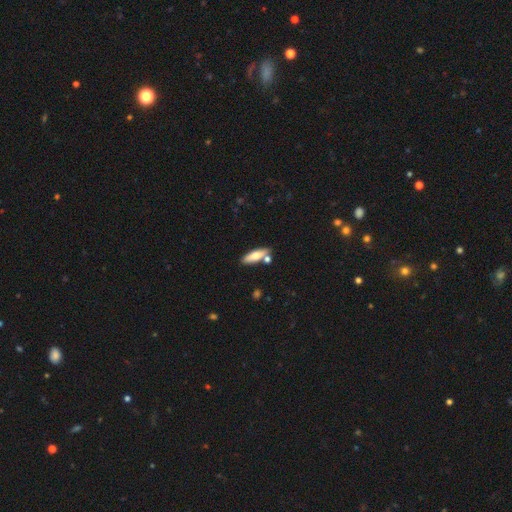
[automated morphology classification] Smooth or featured? smooth (68%)
How rounded? cigar-shaped (49%)
Merging? none (74%)